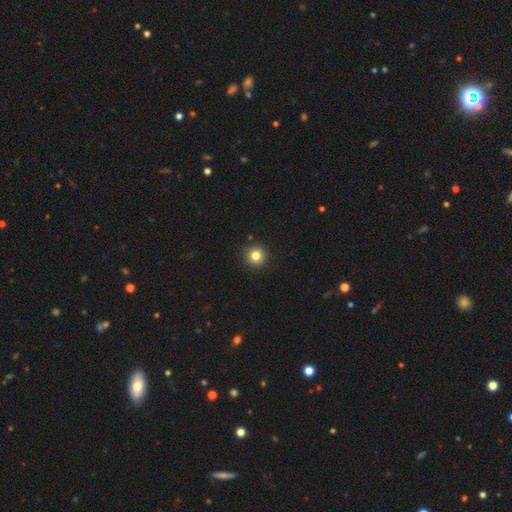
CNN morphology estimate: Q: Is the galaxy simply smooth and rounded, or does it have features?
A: smooth — 82%.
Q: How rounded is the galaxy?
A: round — 95%.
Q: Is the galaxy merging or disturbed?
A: none — 92%.